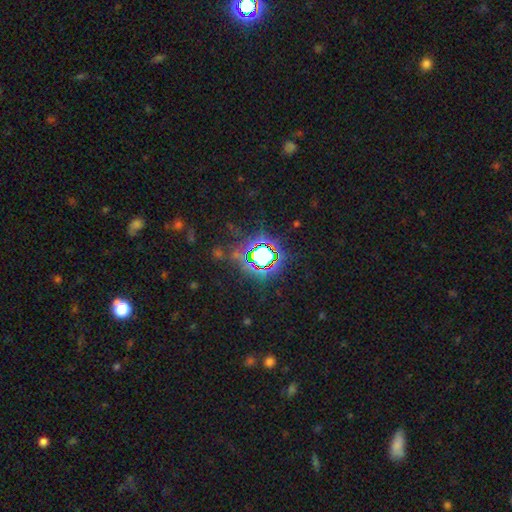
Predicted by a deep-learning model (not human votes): star or artifact 82%, smooth 11%, featured or disk 7%.